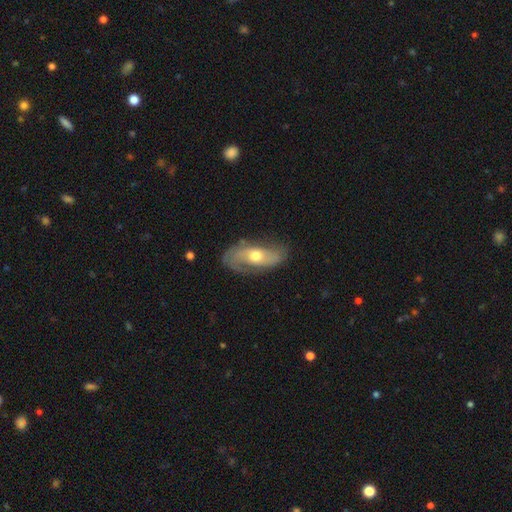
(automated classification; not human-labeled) featured or disk 66%, smooth 28%, star or artifact 6%. Down the decision tree: edge-on disk — no (87%); bar — no (70%); spiral arms — yes (76%); bulge size — moderate (72%); merging — none (63%).